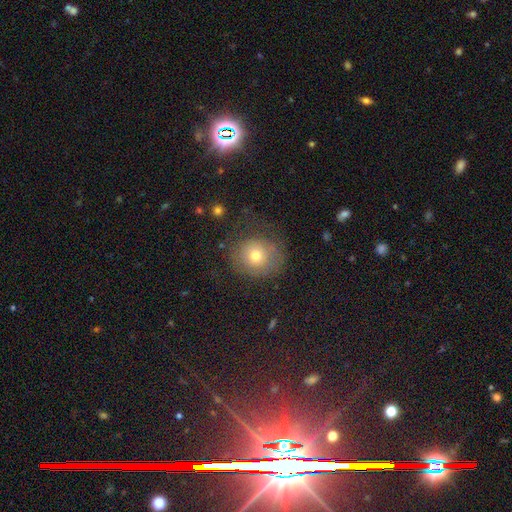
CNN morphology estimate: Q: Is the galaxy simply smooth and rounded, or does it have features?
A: smooth — 67%.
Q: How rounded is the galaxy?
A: round — 80%.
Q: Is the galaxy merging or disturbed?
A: none — 59%.